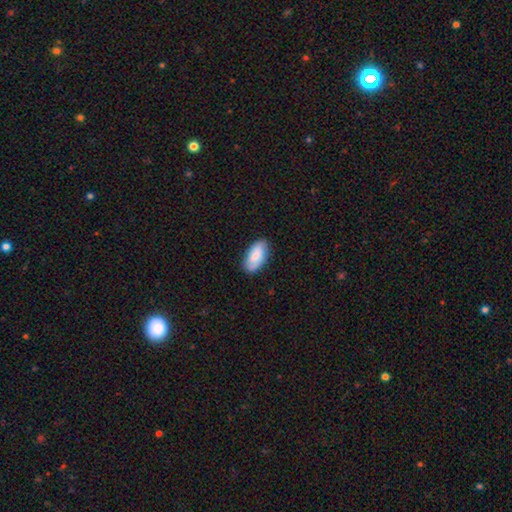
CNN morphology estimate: smooth 72%, featured or disk 22%, star or artifact 6%. Down the decision tree: how rounded — in between (94%); merging — none (83%).